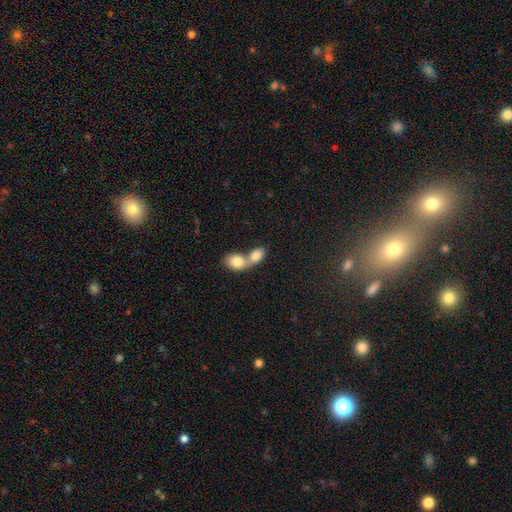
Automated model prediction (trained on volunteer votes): The model was most divided on "how rounded": in between: 77%, round: 21%, cigar-shaped: 2%. More confident: smooth or featured — smooth (81%); merging — merger (79%).